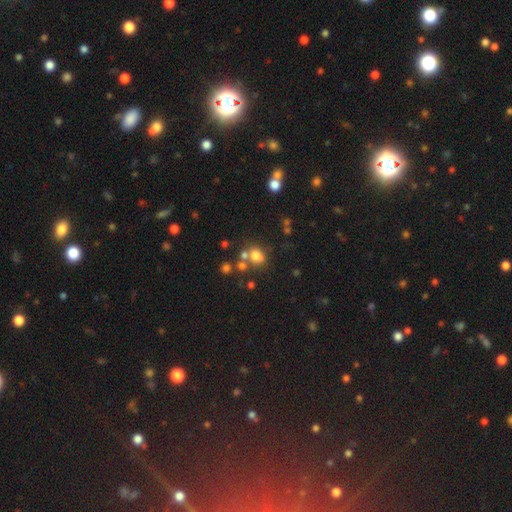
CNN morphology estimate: This is likely a smooth galaxy (70%). How rounded: possibly round (53%). Merging: possibly none (51%).